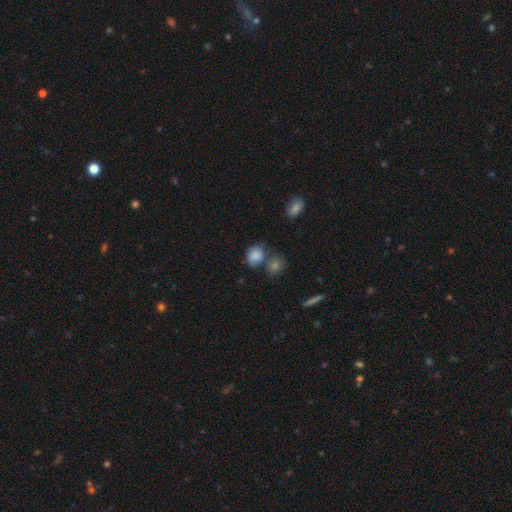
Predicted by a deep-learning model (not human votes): smooth 84%, star or artifact 9%, featured or disk 7%. Down the decision tree: how rounded — round (56%); merging — none (51%).